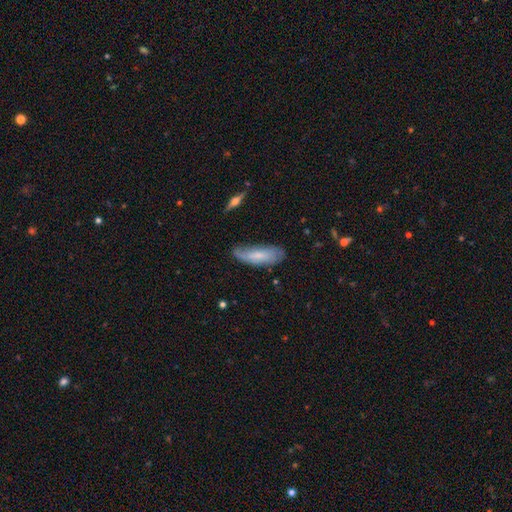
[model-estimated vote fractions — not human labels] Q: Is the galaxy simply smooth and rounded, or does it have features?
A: smooth — 63%.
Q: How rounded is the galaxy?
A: in between — 61%.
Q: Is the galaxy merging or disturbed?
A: none — 57%.